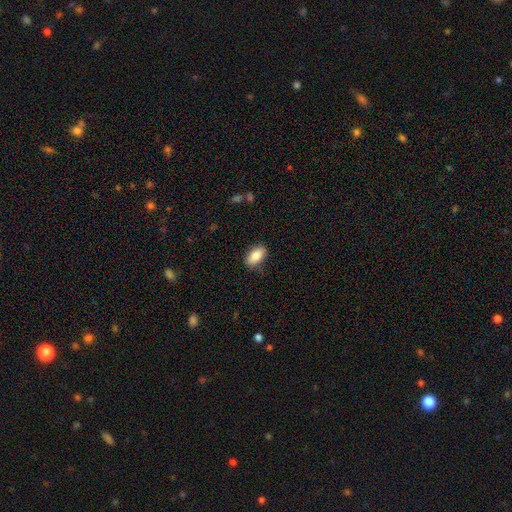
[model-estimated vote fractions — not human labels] Q: Smooth or featured?
A: smooth (83%); runner-up: featured or disk (10%)
Q: How rounded?
A: in between (90%); runner-up: round (5%)
Q: Merging?
A: none (84%); runner-up: minor disturbance (12%)